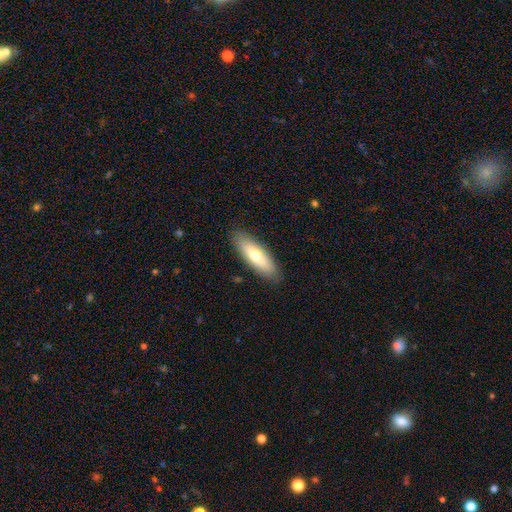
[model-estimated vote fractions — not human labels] This appears to be a smooth galaxy with no disk features (67%) that is in between round and cigar-shaped (51%). Merging: none (88%).